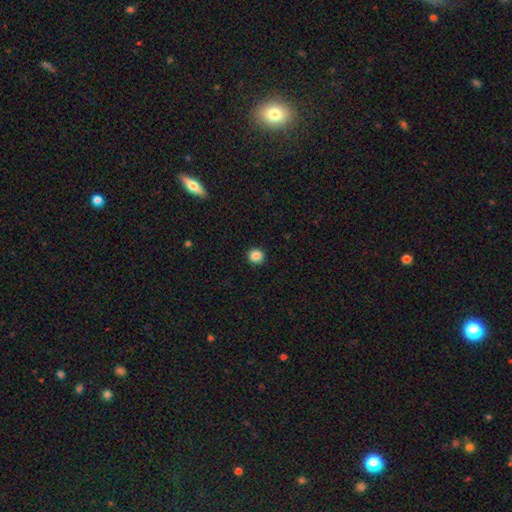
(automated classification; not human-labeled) A smooth galaxy with no disk features (86%) that is round (92%). Merging: none (92%).